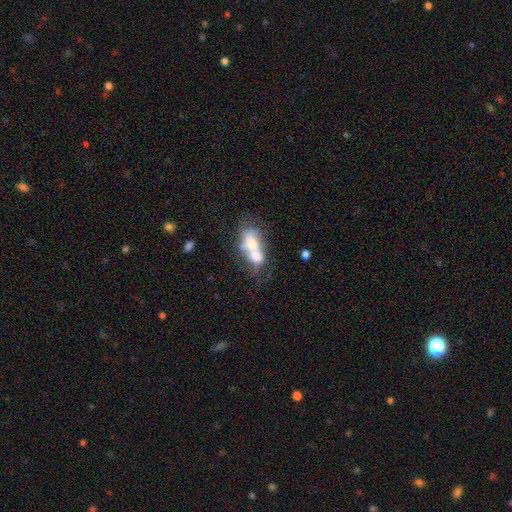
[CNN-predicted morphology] smooth-or-featured: smooth: 50% | featured or disk: 41% | star or artifact: 10%
  merging: merger: 68% | none: 13% | major disturbance: 11% | minor disturbance: 7%